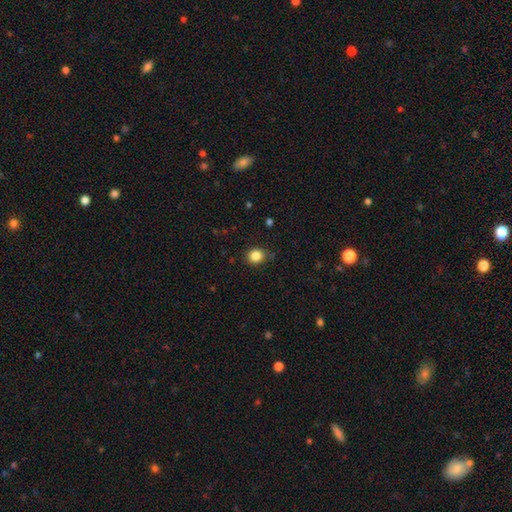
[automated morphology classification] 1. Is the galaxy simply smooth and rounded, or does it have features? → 85% smooth, 11% star or artifact, 4% featured or disk.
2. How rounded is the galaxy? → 75% round, 25% in between, 1% cigar-shaped.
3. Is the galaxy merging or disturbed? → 84% none, 12% minor disturbance, 3% major disturbance, 1% merger.